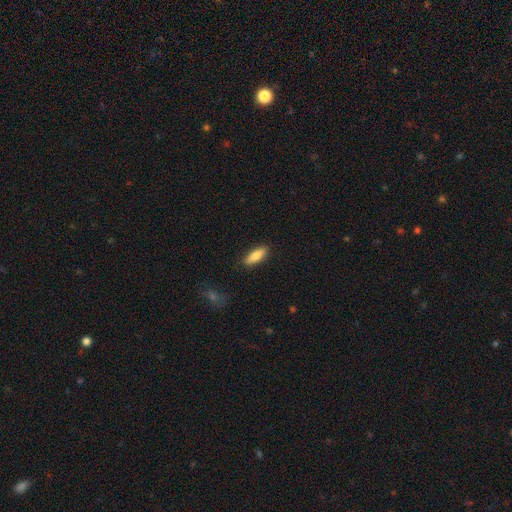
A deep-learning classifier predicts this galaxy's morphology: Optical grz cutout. It shows a smooth galaxy with no disk features (77%) that is in between round and cigar-shaped (60%). Merging: none (88%).